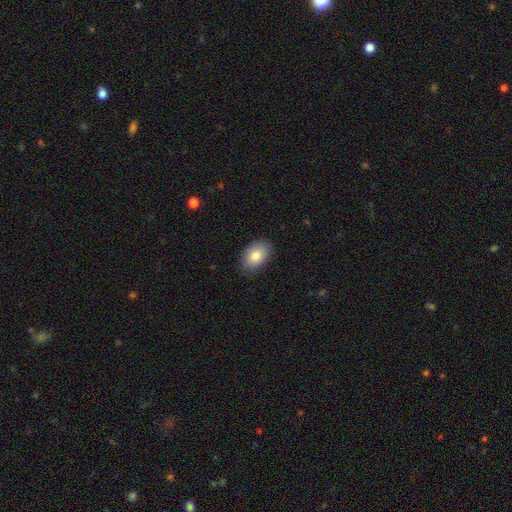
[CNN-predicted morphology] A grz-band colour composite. It shows a smooth galaxy with no disk features (81%) that is in between round and cigar-shaped (87%). Merging: none (84%).